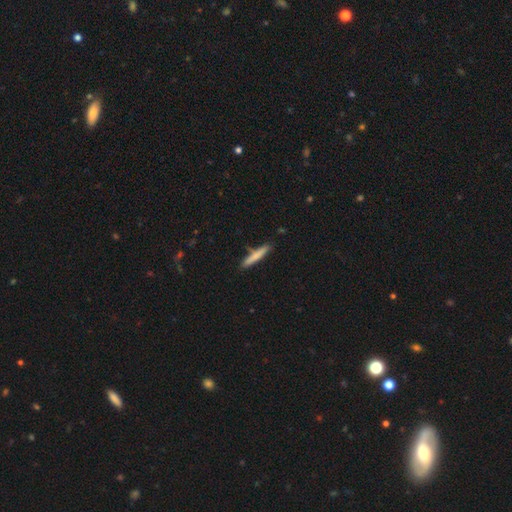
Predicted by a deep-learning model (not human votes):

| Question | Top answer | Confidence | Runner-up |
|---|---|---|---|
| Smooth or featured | smooth | 75% | featured or disk (20%) |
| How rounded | cigar-shaped | 94% | in between (5%) |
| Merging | none | 82% | minor disturbance (13%) |